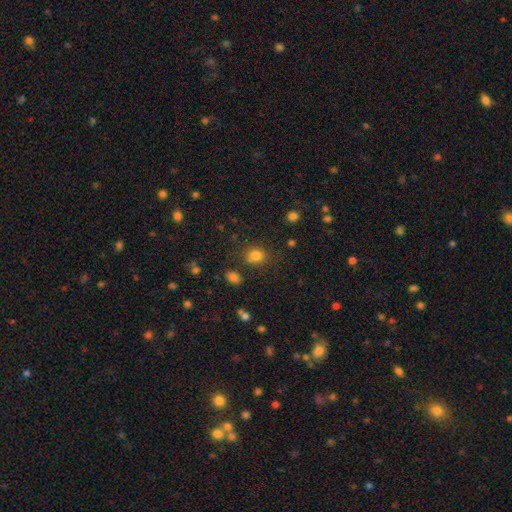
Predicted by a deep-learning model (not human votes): A smooth galaxy with no disk features (81%) that is round (71%).

Vote fractions:
- Smooth or featured? smooth: 81% / star or artifact: 13% / featured or disk: 6%
- How rounded? round: 71% / in between: 28% / cigar-shaped: 1%
- Merging? none: 80% / minor disturbance: 11% / merger: 5% / major disturbance: 4%